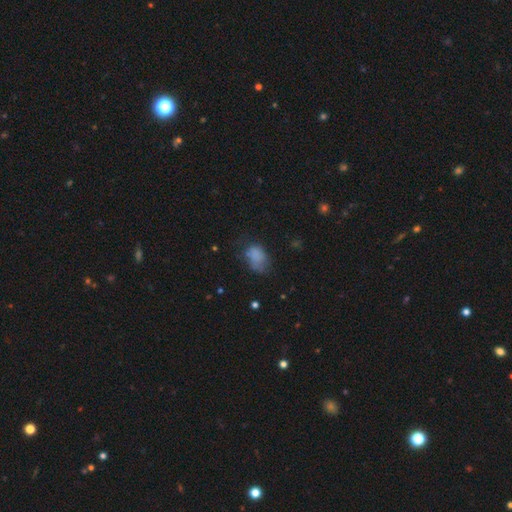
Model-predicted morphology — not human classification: A smooth galaxy with no disk features (73%) that is in between round and cigar-shaped (79%).

Vote fractions:
- Smooth or featured? smooth: 73% / featured or disk: 15% / star or artifact: 12%
- How rounded? in between: 79% / round: 20% / cigar-shaped: 1%
- Merging? none: 43% / minor disturbance: 32% / major disturbance: 21% / merger: 4%